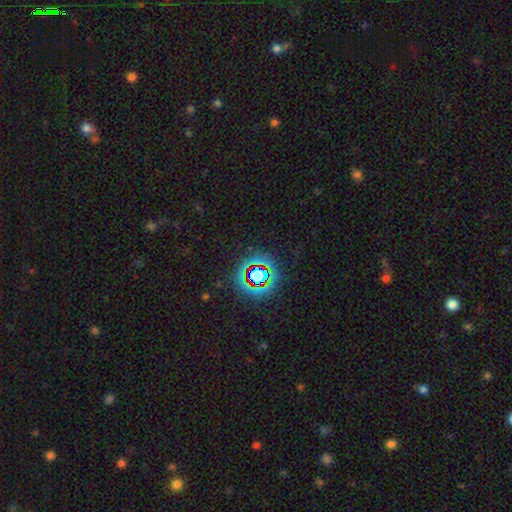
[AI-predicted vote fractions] smooth-or-featured: star or artifact: 64% | smooth: 21% | featured or disk: 15%